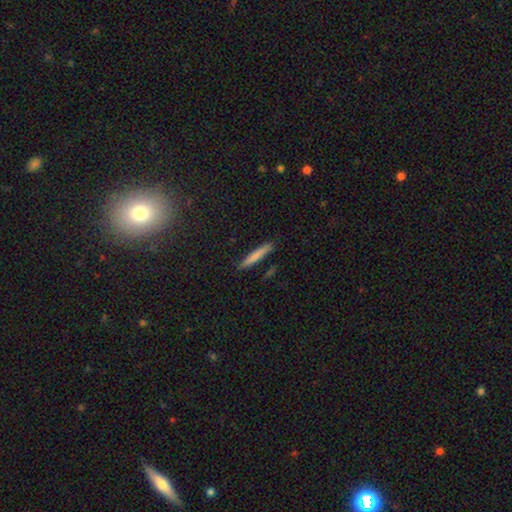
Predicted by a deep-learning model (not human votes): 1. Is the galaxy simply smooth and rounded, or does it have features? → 75% smooth, 18% featured or disk, 7% star or artifact.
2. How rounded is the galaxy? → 95% cigar-shaped, 4% in between, 1% round.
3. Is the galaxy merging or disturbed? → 88% none, 8% minor disturbance, 2% merger, 2% major disturbance.